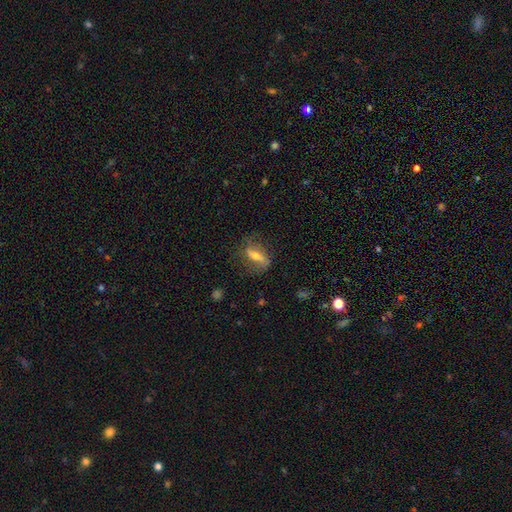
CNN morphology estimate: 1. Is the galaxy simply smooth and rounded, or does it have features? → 55% featured or disk, 34% smooth, 10% star or artifact.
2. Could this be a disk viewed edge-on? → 76% no, 24% yes.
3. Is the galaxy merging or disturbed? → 68% none, 19% minor disturbance, 11% major disturbance, 2% merger.